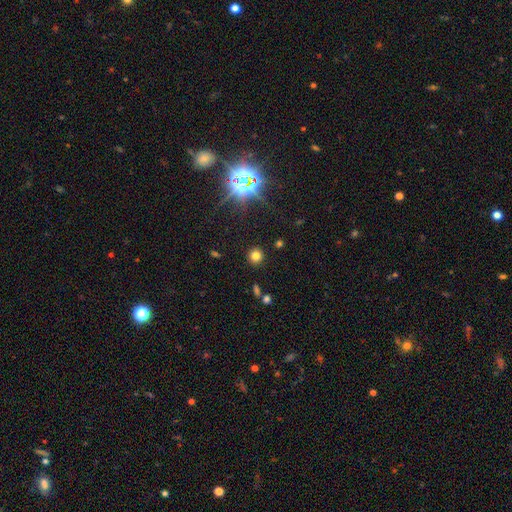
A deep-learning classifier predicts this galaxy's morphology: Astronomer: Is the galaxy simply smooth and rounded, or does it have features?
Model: smooth — 74%.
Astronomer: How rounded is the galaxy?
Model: round — 93%.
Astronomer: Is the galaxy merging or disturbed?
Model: none — 90%.